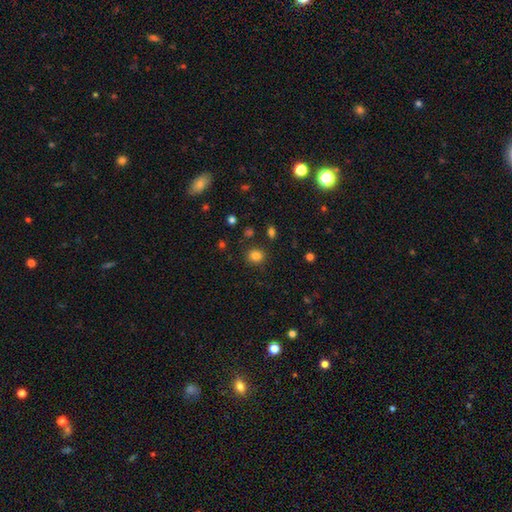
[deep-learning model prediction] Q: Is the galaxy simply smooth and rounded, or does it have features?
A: smooth — 83%.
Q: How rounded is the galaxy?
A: round — 76%.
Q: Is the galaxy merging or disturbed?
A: none — 86%.